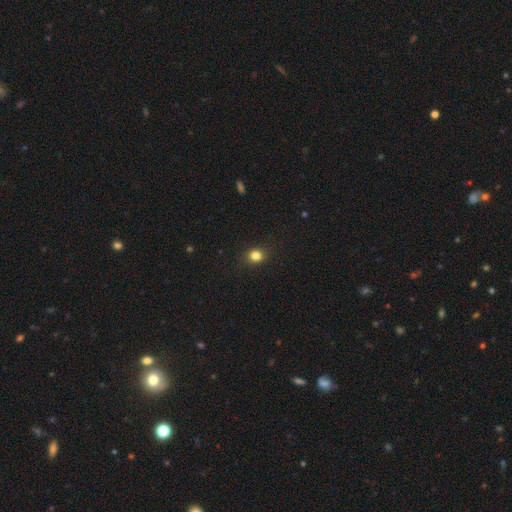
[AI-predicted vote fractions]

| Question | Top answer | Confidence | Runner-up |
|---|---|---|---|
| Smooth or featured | smooth | 83% | star or artifact (13%) |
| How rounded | round | 72% | in between (27%) |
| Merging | none | 89% | minor disturbance (8%) |